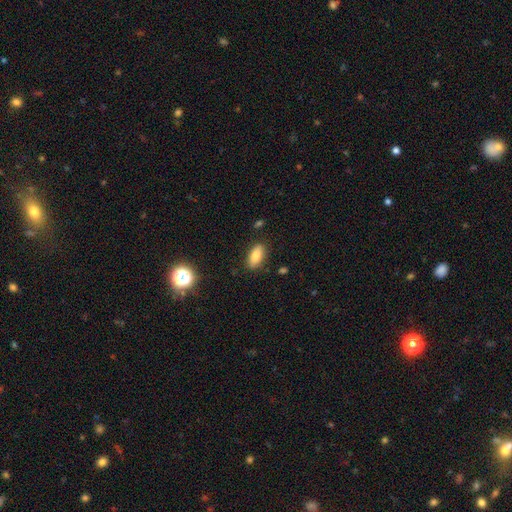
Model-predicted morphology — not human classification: Smooth or featured? smooth (82%)
How rounded? in between (87%)
Merging? none (85%)